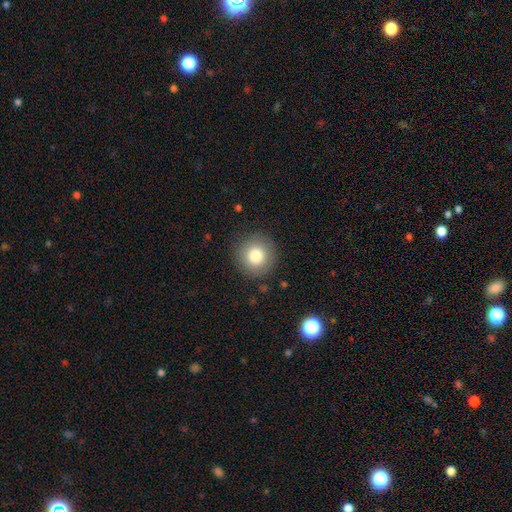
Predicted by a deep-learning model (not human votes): Smooth or featured? smooth (80%)
How rounded? round (95%)
Merging? none (88%)